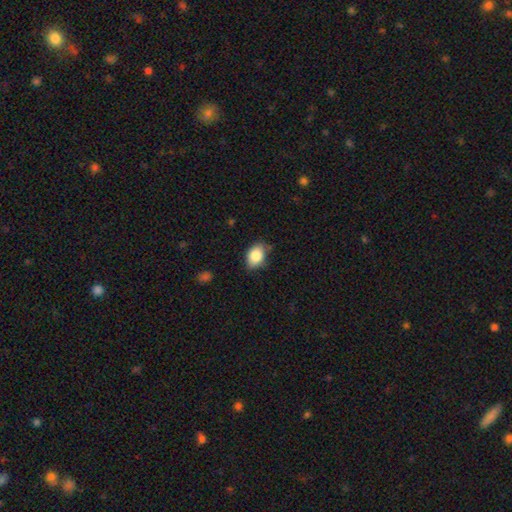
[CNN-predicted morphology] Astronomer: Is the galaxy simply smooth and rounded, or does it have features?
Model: smooth — 85%.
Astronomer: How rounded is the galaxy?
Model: in between — 79%.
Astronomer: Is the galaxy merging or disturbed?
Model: none — 72%.